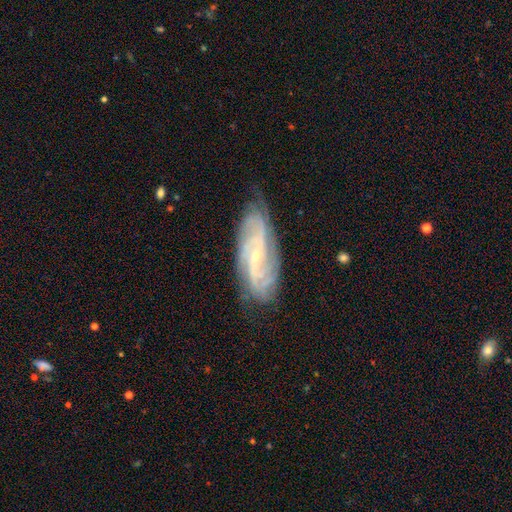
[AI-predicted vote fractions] Smooth or featured: featured or disk — 86% (smooth — 8%)
Edge-on disk: no — 92% (yes — 8%)
Bar: no — 41% (weak — 40%)
Spiral arms: yes — 97% (no — 3%)
Spiral winding: tight — 46% (medium — 41%)
Spiral arm count: 2 — 29% (can't tell — 25%)
Bulge size: small — 80% (moderate — 16%)
Merging: none — 76% (minor disturbance — 18%)